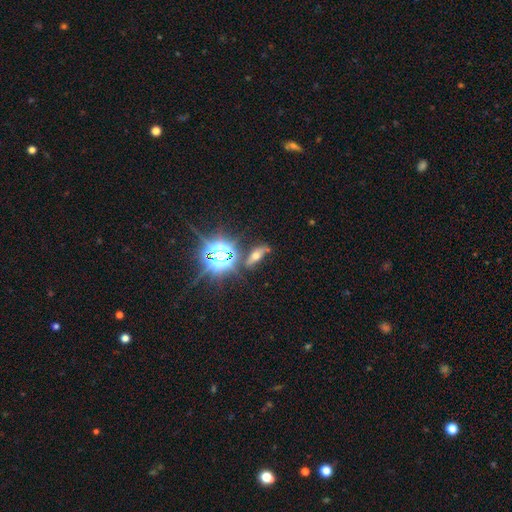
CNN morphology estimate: star or artifact 36%, smooth 33%, featured or disk 30%.